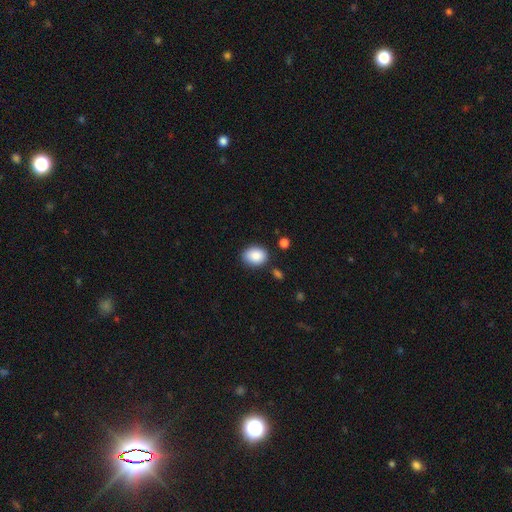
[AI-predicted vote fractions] The model was most divided on "how rounded": in between: 66%, round: 33%, cigar-shaped: 1%. More confident: smooth or featured — smooth (88%); merging — none (80%).